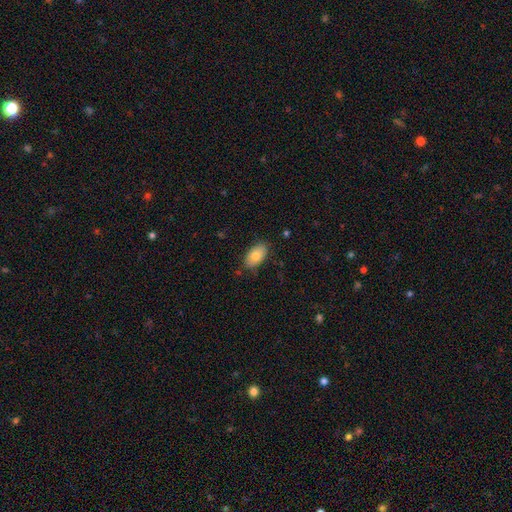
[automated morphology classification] A smooth galaxy with no disk features (78%) that is in between round and cigar-shaped (93%). Merging: none (82%).